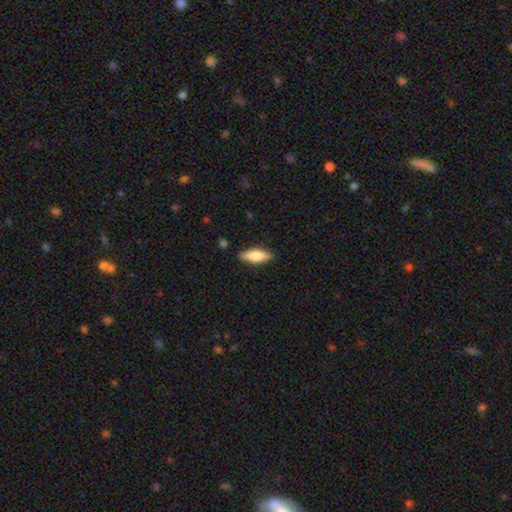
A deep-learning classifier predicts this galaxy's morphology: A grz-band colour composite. It shows a smooth galaxy with no disk features (75%) that is in between round and cigar-shaped (62%). Merging: none (85%).